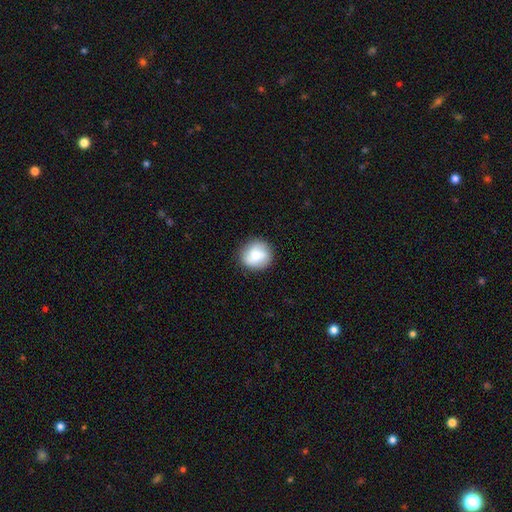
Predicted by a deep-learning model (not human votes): smooth-or-featured: smooth: 73% | featured or disk: 20% | star or artifact: 8%
  how-rounded: round: 89% | in between: 10% | cigar-shaped: 1%
  merging: none: 86% | minor disturbance: 10% | major disturbance: 3% | merger: 1%